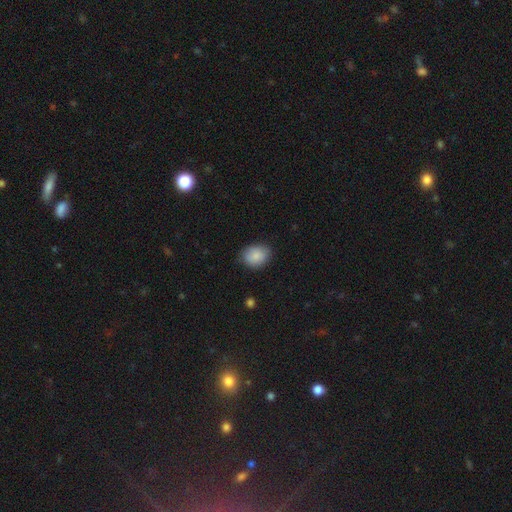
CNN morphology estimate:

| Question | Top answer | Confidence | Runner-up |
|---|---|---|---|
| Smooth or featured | smooth | 88% | star or artifact (7%) |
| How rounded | in between | 59% | round (40%) |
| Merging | none | 80% | minor disturbance (16%) |